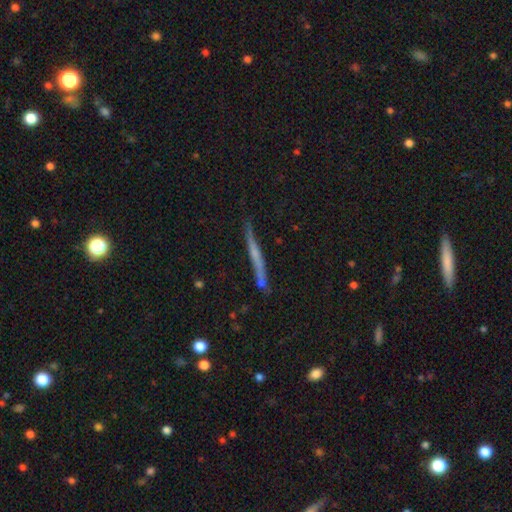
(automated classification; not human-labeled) This is possibly a featured or disk galaxy (57%). It is clearly viewed edge-on (95%). Edge-on bulge: likely none (63%). Merging: likely none (79%).